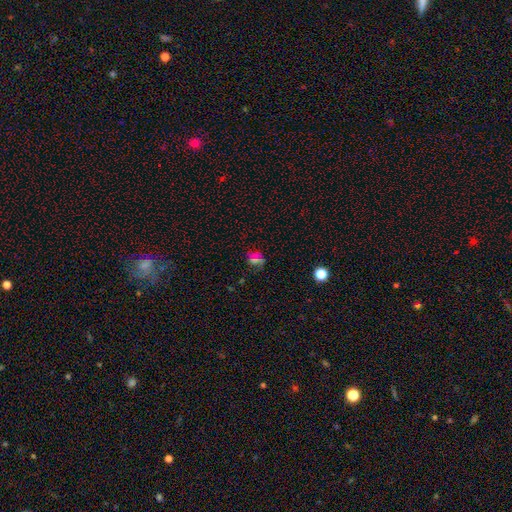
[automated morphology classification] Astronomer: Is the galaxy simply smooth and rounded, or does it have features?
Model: smooth — 50% (runner-up: star or artifact, 36%).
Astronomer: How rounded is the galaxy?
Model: round — 65%.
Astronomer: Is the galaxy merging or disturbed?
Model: none — 69%.